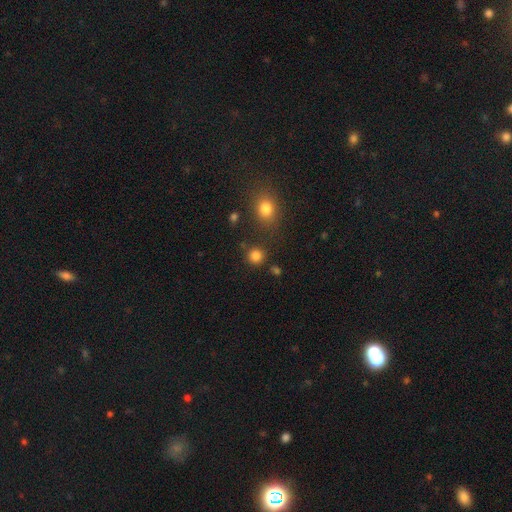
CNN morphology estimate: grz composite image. It shows a smooth galaxy with no disk features (82%) that is round (91%). Merging: none (83%).